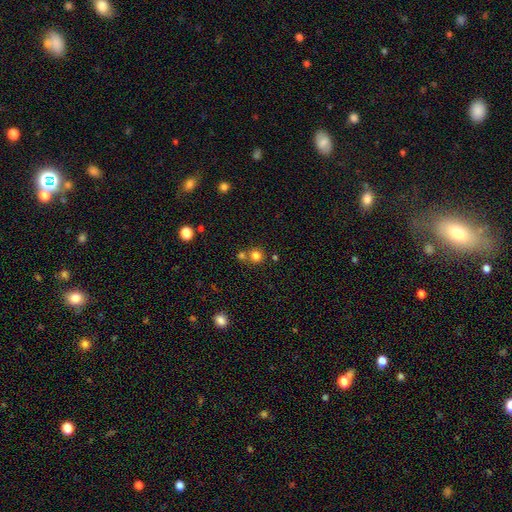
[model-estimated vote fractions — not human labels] Smooth or featured? Predicted: smooth (p=0.79). How rounded? Predicted: round (p=0.90). Merging? Predicted: none (p=0.63).